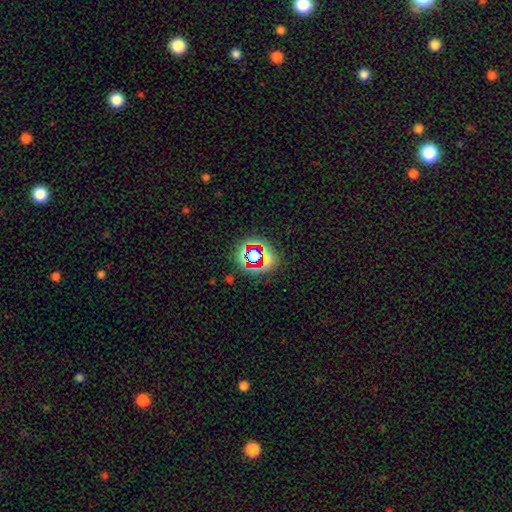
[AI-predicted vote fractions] Smooth or featured?
  - star or artifact: 63% *
  - smooth: 24%
  - featured or disk: 13%